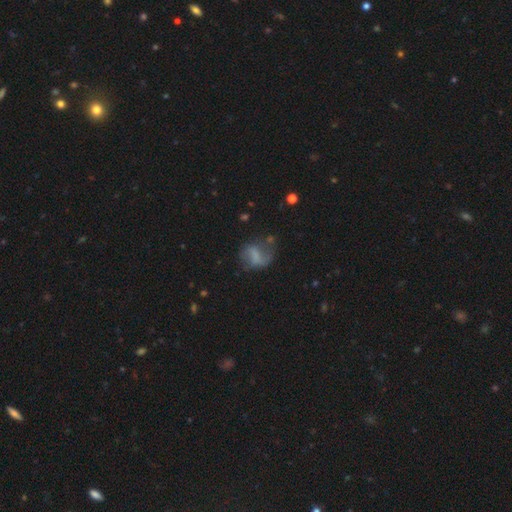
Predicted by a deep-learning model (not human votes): featured or disk 45%, smooth 44%, star or artifact 11%. Down the decision tree: merging — none (46%).